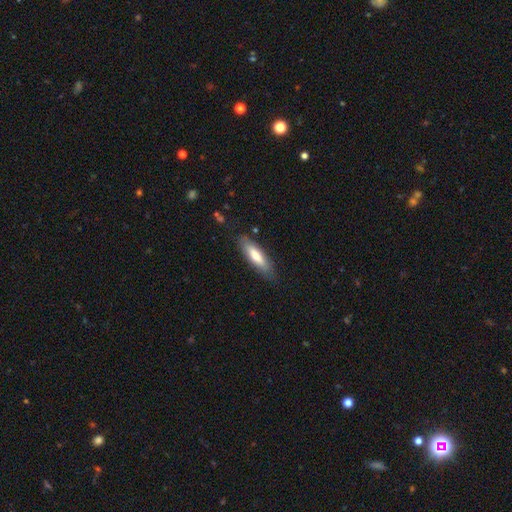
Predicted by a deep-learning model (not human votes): This appears to be a smooth galaxy with no disk features (68%) that is cigar-shaped (59%). Merging: none (83%).